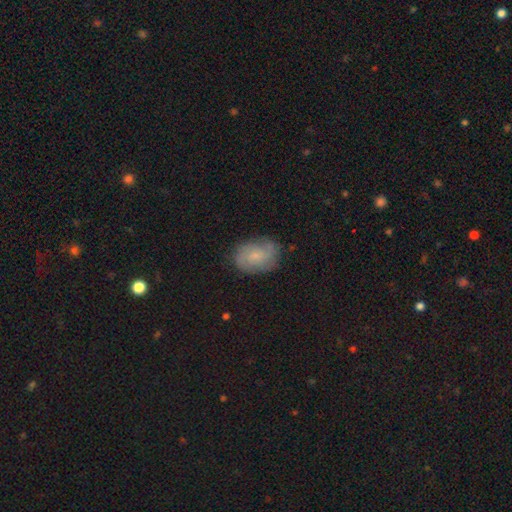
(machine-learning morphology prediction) smooth_or_featured: smooth (p=0.49) [alt: featured or disk p=0.42]
merging: none (p=0.76) [alt: minor disturbance p=0.18]